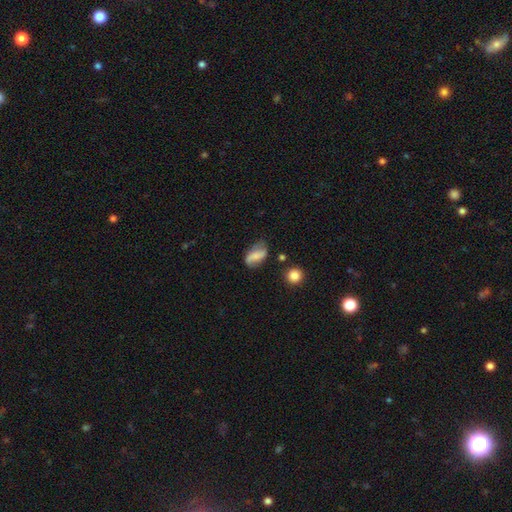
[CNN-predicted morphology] This is possibly a smooth galaxy (60%). How rounded: clearly in between (85%). Merging: possibly none (56%).